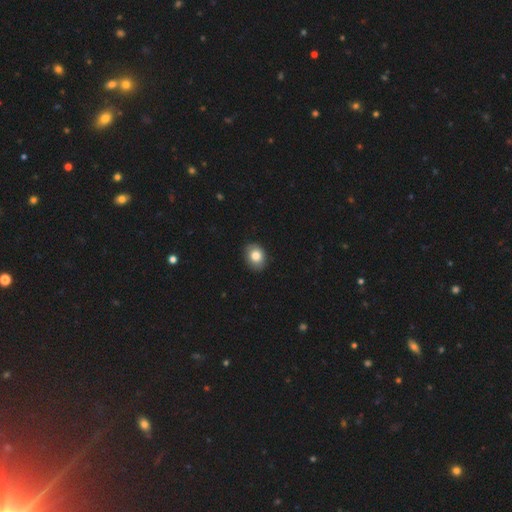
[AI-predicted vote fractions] This appears to be a smooth galaxy with no disk features (81%) that is round (51%). Merging: none (88%).